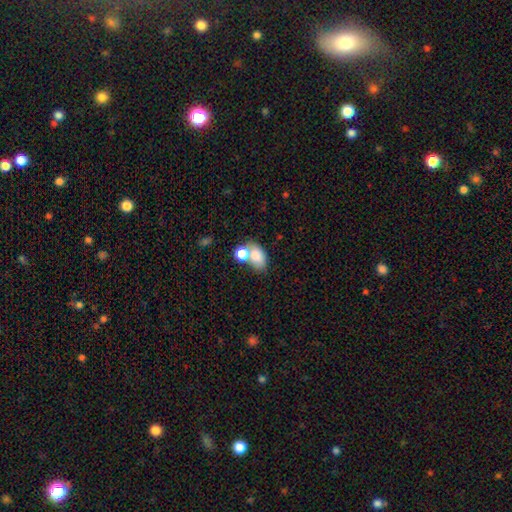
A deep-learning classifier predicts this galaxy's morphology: smooth 77%, featured or disk 13%, star or artifact 10%. Down the decision tree: how rounded — in between (82%); merging — merger (42%).